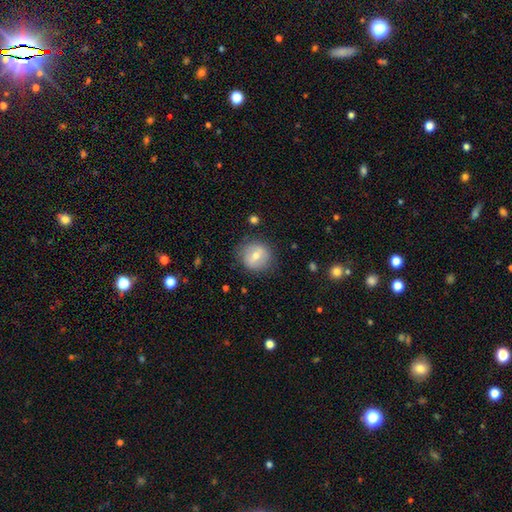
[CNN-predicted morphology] smooth_or_featured: smooth (p=0.59) [alt: featured or disk p=0.32]
how_rounded: round (p=0.85) [alt: in between p=0.14]
merging: none (p=0.80) [alt: minor disturbance p=0.14]